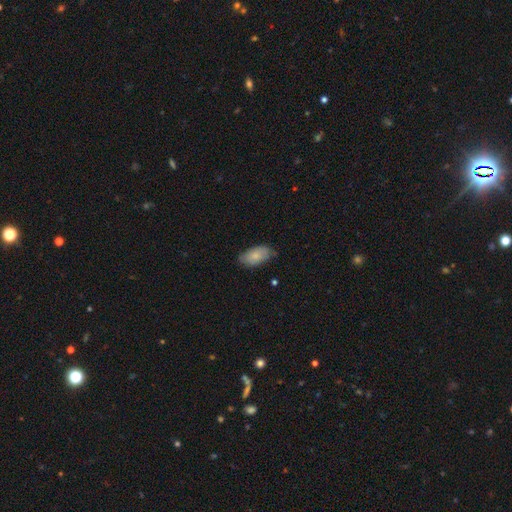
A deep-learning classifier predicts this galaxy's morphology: A smooth galaxy with no disk features (80%) that is in between round and cigar-shaped (94%).

Vote fractions:
- Smooth or featured? smooth: 80% / featured or disk: 13% / star or artifact: 6%
- How rounded? in between: 94% / cigar-shaped: 3% / round: 3%
- Merging? none: 74% / minor disturbance: 21% / major disturbance: 4% / merger: 1%